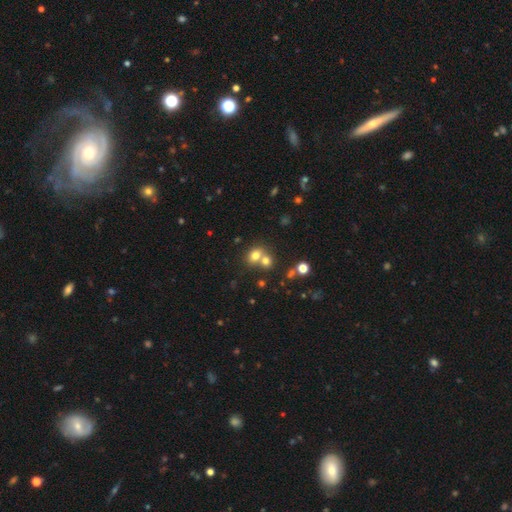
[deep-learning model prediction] This is likely a smooth galaxy (73%). How rounded: possibly round (59%). Merging: possibly merger (49%).